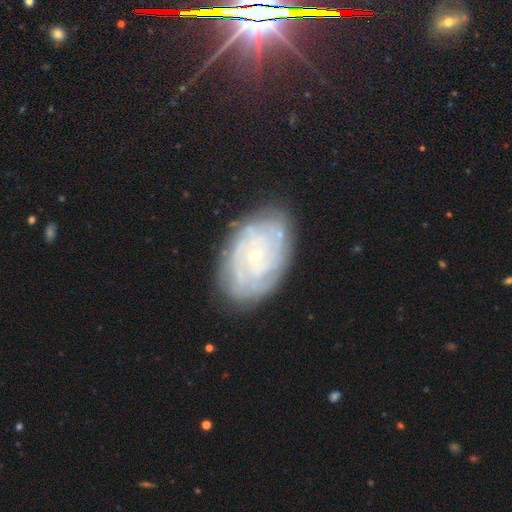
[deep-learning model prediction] smooth_or_featured: featured or disk (p=0.79) [alt: smooth p=0.14]
disk_edge_on: no (p=0.96) [alt: yes p=0.04]
bar: no (p=0.80) [alt: weak p=0.16]
has_spiral_arms: yes (p=0.90) [alt: no p=0.10]
spiral_winding: tight (p=0.78) [alt: medium p=0.18]
spiral_arm_count: can't tell (p=0.46) [alt: 2 p=0.14]
bulge_size: small (p=0.82) [alt: moderate p=0.15]
merging: none (p=0.77) [alt: minor disturbance p=0.16]